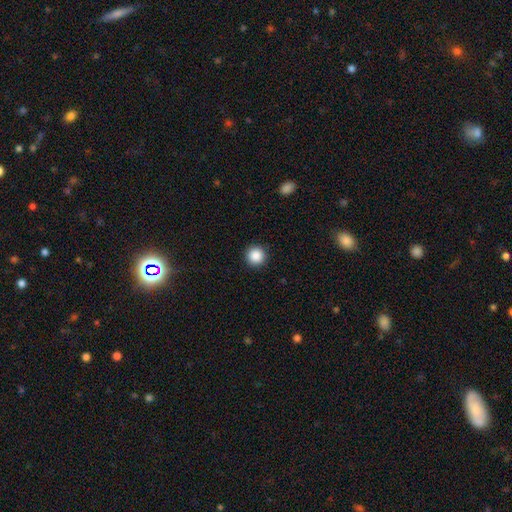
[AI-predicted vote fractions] This is clearly a smooth galaxy (88%). How rounded: clearly round (96%). Merging: clearly none (92%).